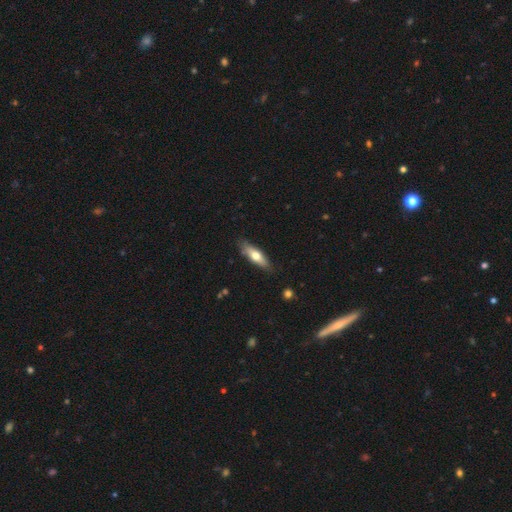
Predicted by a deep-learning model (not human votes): smooth 59%, featured or disk 35%, star or artifact 6%. Down the decision tree: how rounded — cigar-shaped (54%); merging — none (82%).